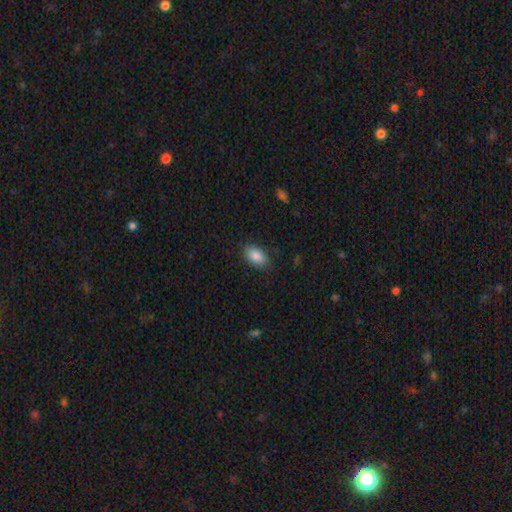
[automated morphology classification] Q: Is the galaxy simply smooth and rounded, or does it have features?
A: smooth — 85%.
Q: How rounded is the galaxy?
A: in between — 89%.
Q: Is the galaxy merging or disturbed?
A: none — 79%.